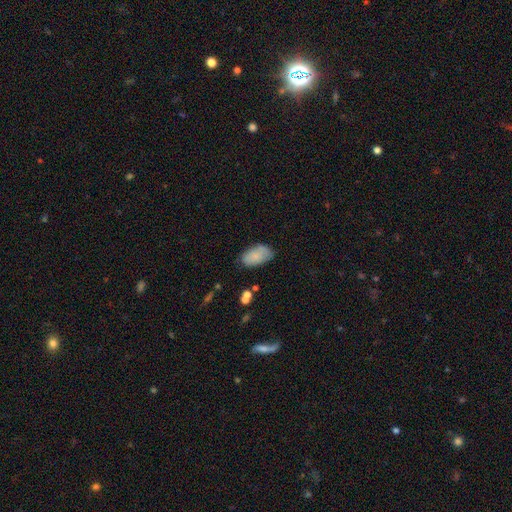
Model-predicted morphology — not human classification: Smooth or featured? Predicted: smooth (p=0.80). How rounded? Predicted: in between (p=0.94). Merging? Predicted: none (p=0.70).